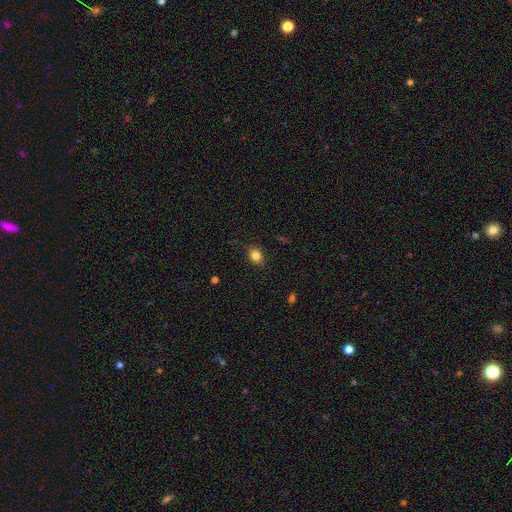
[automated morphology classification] smooth 84%, star or artifact 11%, featured or disk 5%. Down the decision tree: how rounded — round (51%); merging — none (87%).